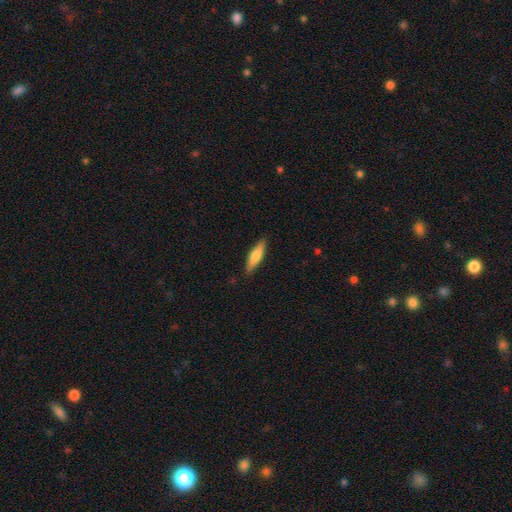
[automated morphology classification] Overall: smooth (67%; featured or disk 28%). How rounded: cigar-shaped (68%; in between 30%). Merging: none (87%).